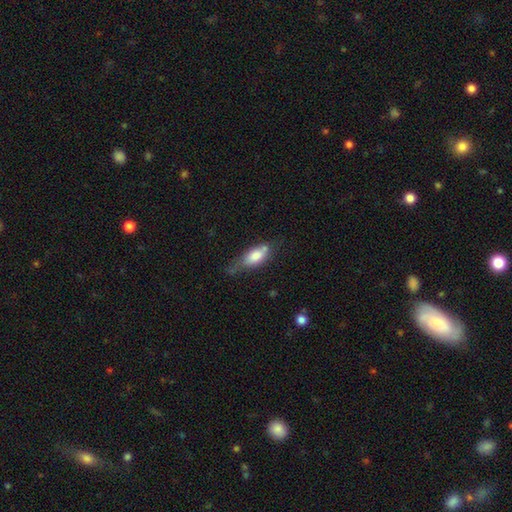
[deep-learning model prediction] This is likely a smooth galaxy (73%). How rounded: likely in between (80%). Merging: marginally none (43%).